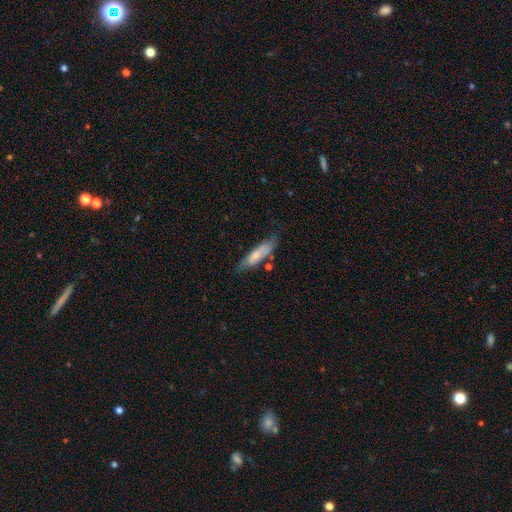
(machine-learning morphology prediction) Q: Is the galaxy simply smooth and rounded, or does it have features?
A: smooth — 68%.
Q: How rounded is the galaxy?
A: cigar-shaped — 70%.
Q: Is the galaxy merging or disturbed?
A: none — 63%.